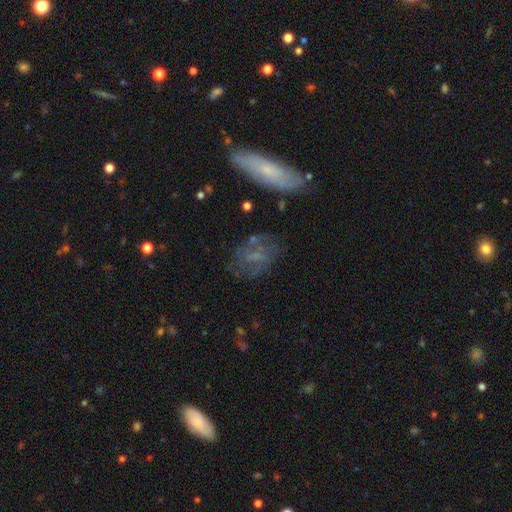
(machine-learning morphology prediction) This appears to be a featured or disk galaxy (49%). Merging: none (61%).